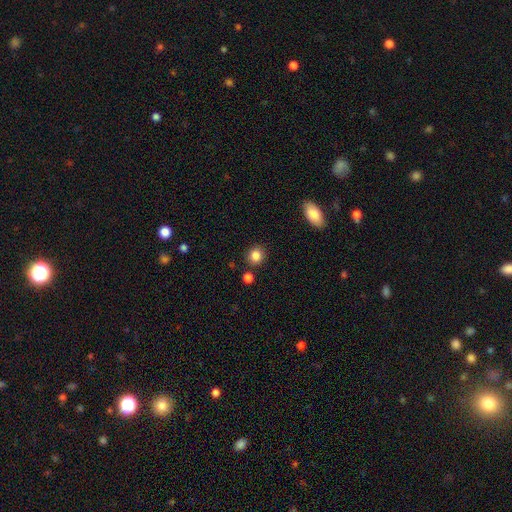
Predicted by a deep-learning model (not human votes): Smooth or featured? smooth (85%)
How rounded? round (83%)
Merging? none (85%)